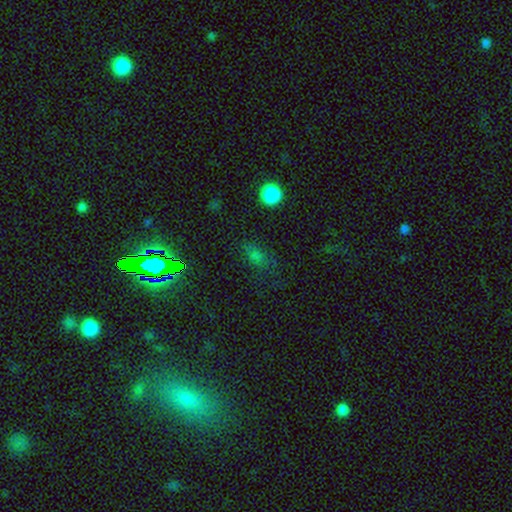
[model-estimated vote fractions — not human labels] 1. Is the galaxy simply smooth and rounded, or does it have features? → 51% smooth, 39% star or artifact, 10% featured or disk.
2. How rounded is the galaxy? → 64% in between, 26% round, 10% cigar-shaped.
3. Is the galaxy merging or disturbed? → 73% none, 16% minor disturbance, 9% major disturbance, 3% merger.